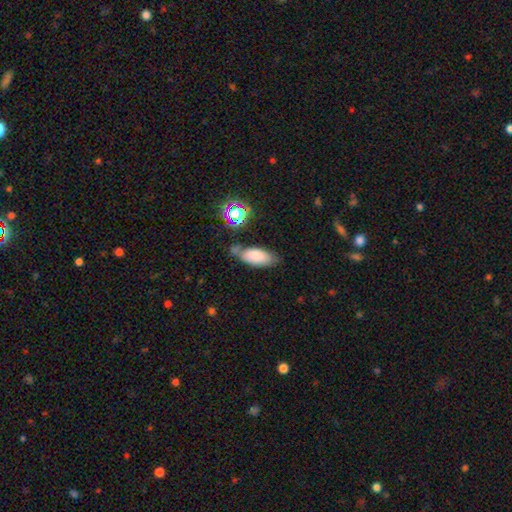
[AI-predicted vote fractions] Q: Smooth or featured?
A: smooth (76%); runner-up: featured or disk (12%)
Q: How rounded?
A: in between (85%); runner-up: cigar-shaped (12%)
Q: Merging?
A: none (56%); runner-up: minor disturbance (23%)